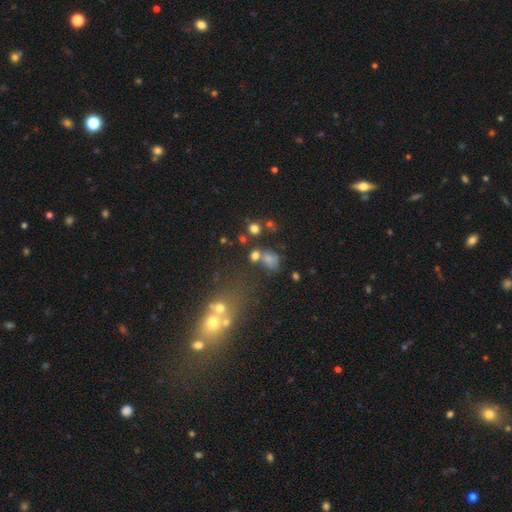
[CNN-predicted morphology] The model was most divided on "how rounded": round: 58%, in between: 40%, cigar-shaped: 2%. Remaining: smooth or featured — smooth (65%); merging — none (48%).